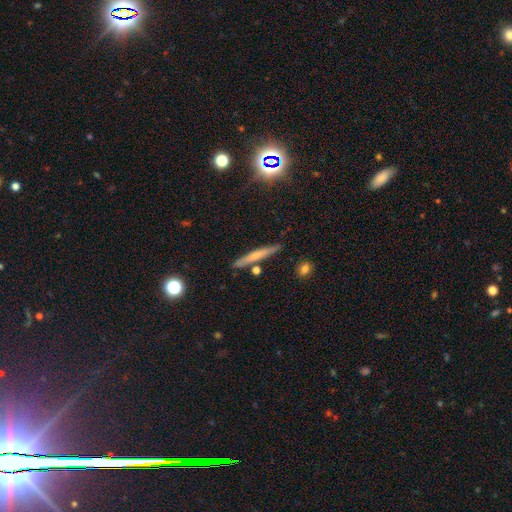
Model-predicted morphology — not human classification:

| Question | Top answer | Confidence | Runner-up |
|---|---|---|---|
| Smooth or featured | smooth | 51% | featured or disk (40%) |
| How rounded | cigar-shaped | 94% | in between (4%) |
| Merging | none | 84% | minor disturbance (9%) |